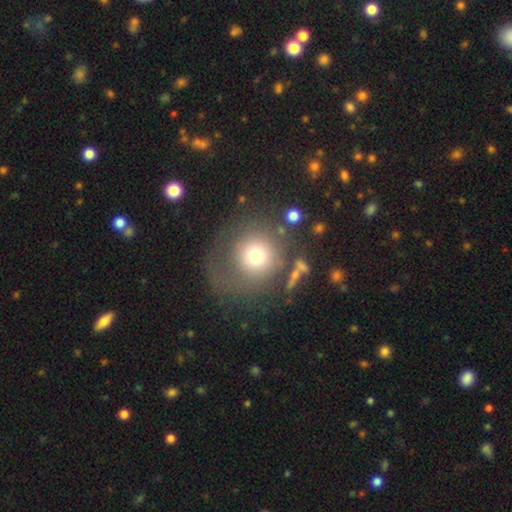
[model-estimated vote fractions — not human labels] The model was most divided on "merging": none: 55%, major disturbance: 24%, minor disturbance: 15%, merger: 6%. More confident: how rounded — round (90%); smooth or featured — smooth (68%).